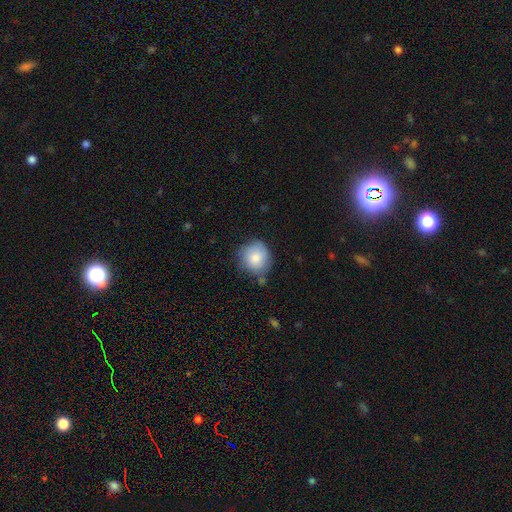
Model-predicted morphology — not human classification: This is clearly a smooth galaxy (82%). How rounded: clearly round (85%). Merging: likely none (65%).